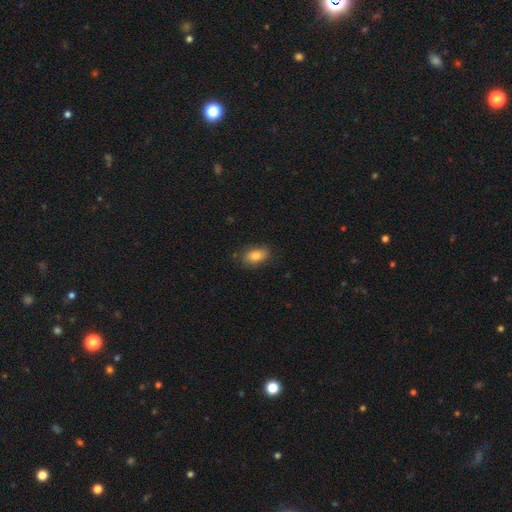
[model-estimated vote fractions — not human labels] A smooth galaxy with no disk features (81%) that is in between round and cigar-shaped (88%). Merging: none (81%).